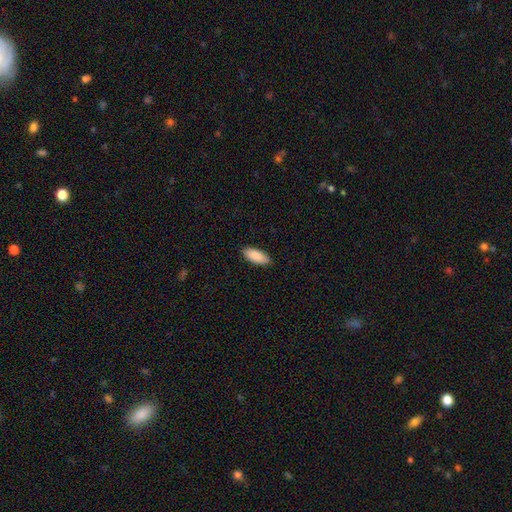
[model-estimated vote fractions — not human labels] Q: Smooth or featured?
A: smooth (90%); runner-up: star or artifact (6%)
Q: How rounded?
A: in between (82%); runner-up: cigar-shaped (16%)
Q: Merging?
A: none (88%); runner-up: minor disturbance (9%)